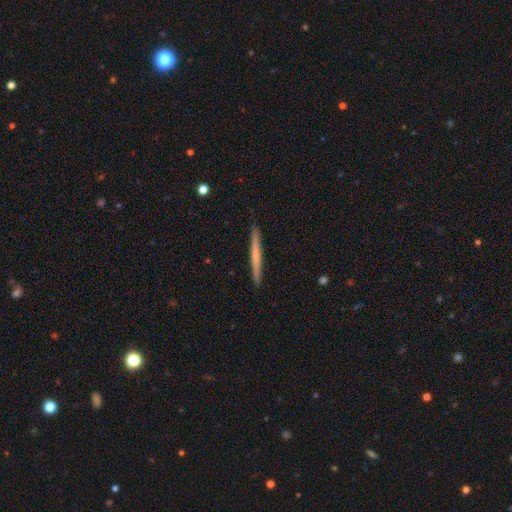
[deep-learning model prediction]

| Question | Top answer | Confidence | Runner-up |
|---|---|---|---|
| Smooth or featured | smooth | 54% | featured or disk (41%) |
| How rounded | cigar-shaped | 97% | in between (2%) |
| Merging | none | 92% | minor disturbance (6%) |